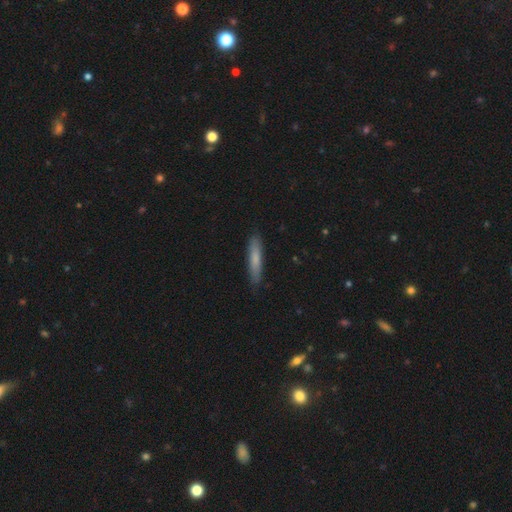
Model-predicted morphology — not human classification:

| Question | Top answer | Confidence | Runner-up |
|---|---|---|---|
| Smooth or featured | smooth | 71% | featured or disk (23%) |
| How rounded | cigar-shaped | 89% | in between (9%) |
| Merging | none | 88% | minor disturbance (9%) |